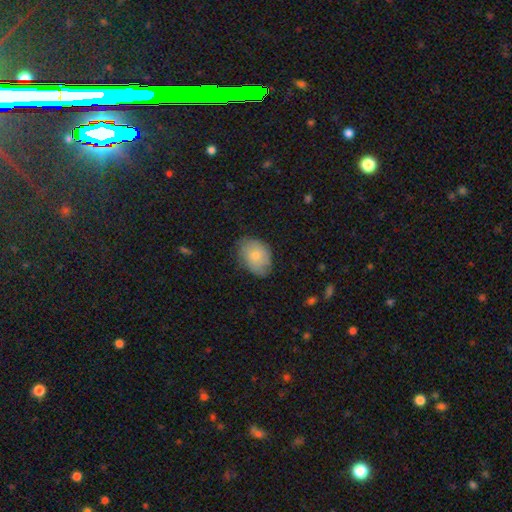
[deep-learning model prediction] This is likely a smooth galaxy (69%). How rounded: likely in between (70%). Merging: likely none (67%).